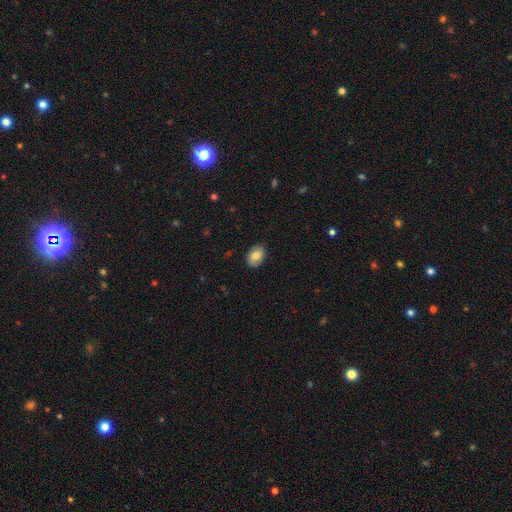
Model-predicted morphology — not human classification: Q: Smooth or featured?
A: smooth (81%); runner-up: featured or disk (12%)
Q: How rounded?
A: in between (83%); runner-up: round (16%)
Q: Merging?
A: none (89%); runner-up: minor disturbance (8%)